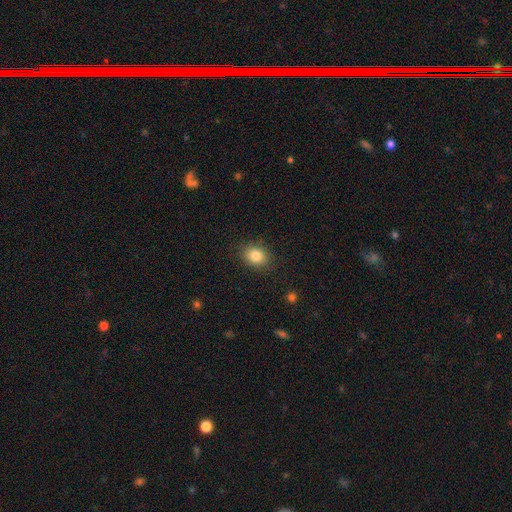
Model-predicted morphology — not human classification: Overall: smooth (83%). How rounded: round (53%; in between 46%). Merging: none (87%).